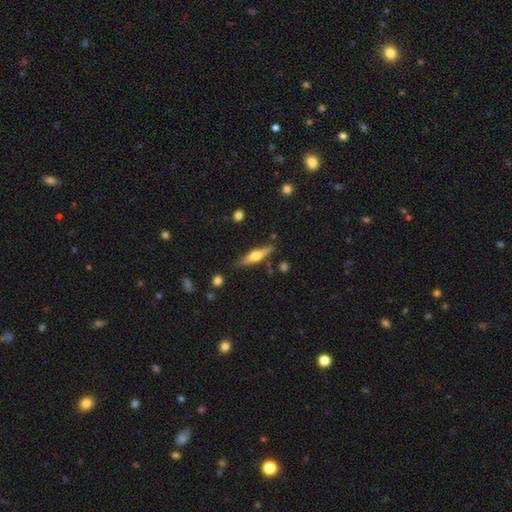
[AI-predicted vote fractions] Smooth or featured? Predicted: featured or disk (p=0.53). Edge-on disk? Predicted: yes (p=0.94). Merging? Predicted: none (p=0.83).